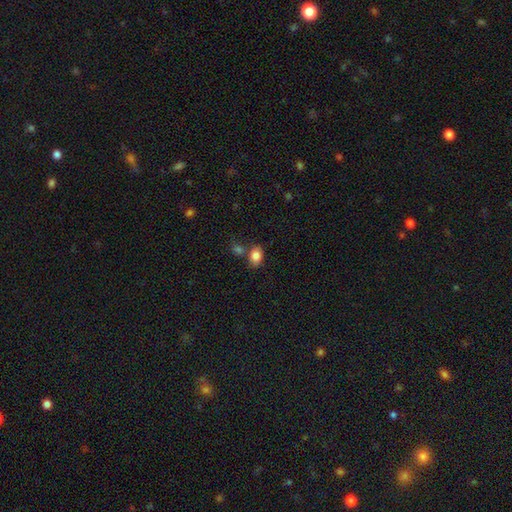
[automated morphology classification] Smooth or featured?
  - smooth: 85% *
  - star or artifact: 9%
  - featured or disk: 7%
How rounded?
  - in between: 77% *
  - round: 22%
  - cigar-shaped: 1%
Merging?
  - none: 67% *
  - merger: 16%
  - minor disturbance: 13%
  - major disturbance: 4%